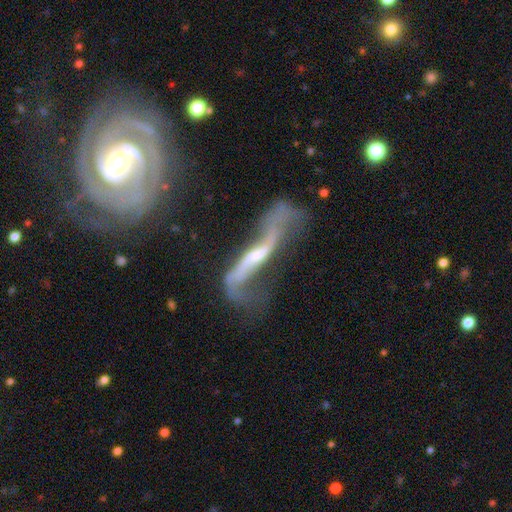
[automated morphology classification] Q: Smooth or featured?
A: featured or disk (82%); runner-up: smooth (10%)
Q: Edge-on disk?
A: no (68%); runner-up: yes (32%)
Q: Bar?
A: strong (39%); runner-up: weak (31%)
Q: Spiral arms?
A: yes (87%); runner-up: no (13%)
Q: Bulge size?
A: small (49%); runner-up: moderate (38%)
Q: Merging?
A: none (39%); runner-up: major disturbance (27%)